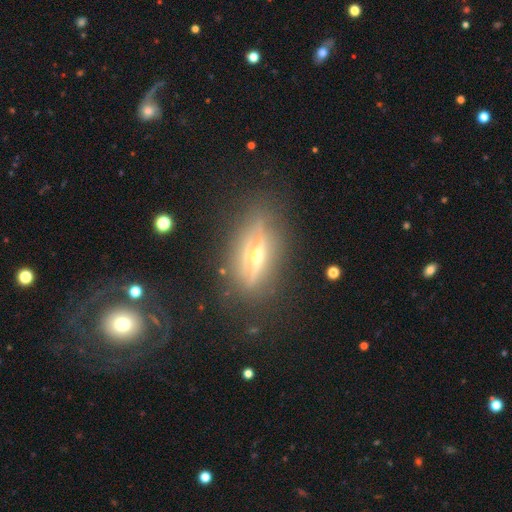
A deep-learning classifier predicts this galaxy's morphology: Smooth or featured?
  - featured or disk: 75% *
  - smooth: 17%
  - star or artifact: 9%
Edge-on disk?
  - yes: 87% *
  - no: 13%
Edge-on bulge?
  - rounded: 91% *
  - none: 5%
  - boxy: 4%
Merging?
  - none: 76% *
  - minor disturbance: 15%
  - major disturbance: 7%
  - merger: 2%